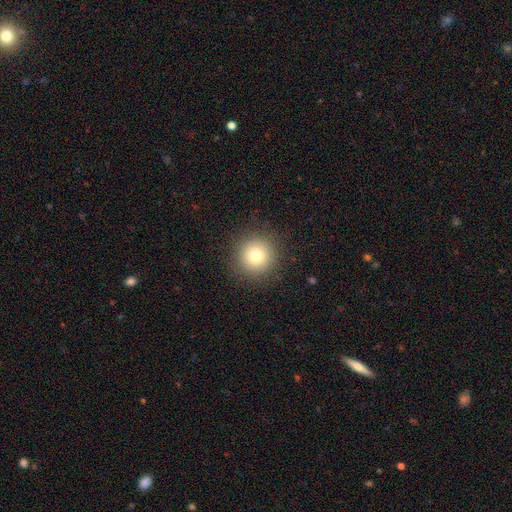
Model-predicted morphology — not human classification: A smooth galaxy with no disk features (78%) that is round (95%).

Vote fractions:
- Smooth or featured? smooth: 78% / star or artifact: 13% / featured or disk: 10%
- How rounded? round: 95% / in between: 4% / cigar-shaped: 1%
- Merging? none: 90% / minor disturbance: 6% / major disturbance: 3% / merger: 1%